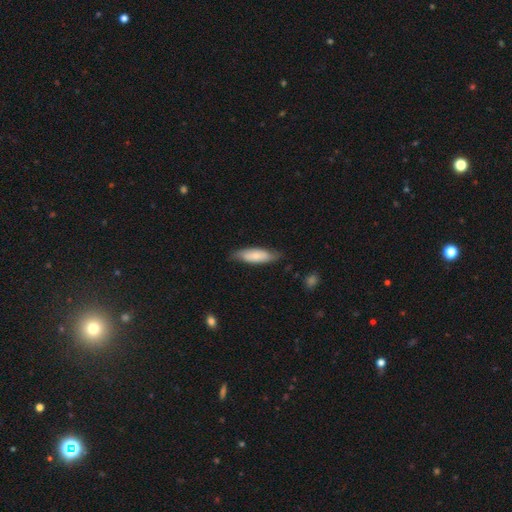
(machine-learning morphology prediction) smooth_or_featured: smooth (p=0.71) [alt: featured or disk p=0.24]
how_rounded: in between (p=0.56) [alt: cigar-shaped p=0.43]
merging: none (p=0.75) [alt: minor disturbance p=0.20]